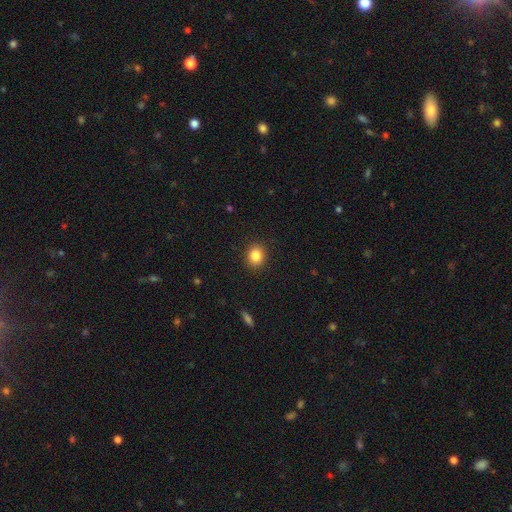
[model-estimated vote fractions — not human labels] A smooth galaxy with no disk features (85%) that is round (69%). Merging: none (90%).